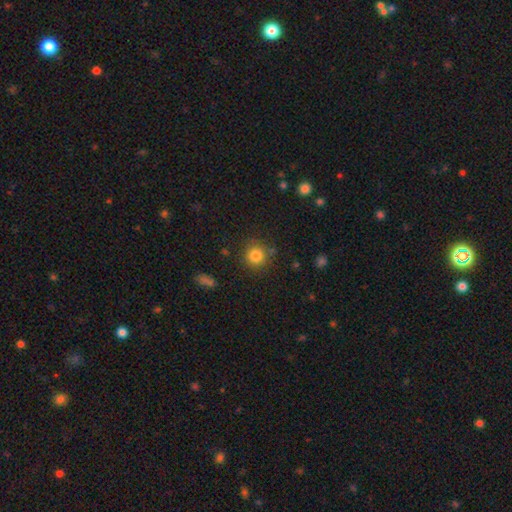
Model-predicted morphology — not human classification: This appears to be a smooth galaxy with no disk features (82%) that is round (92%). Merging: none (82%).